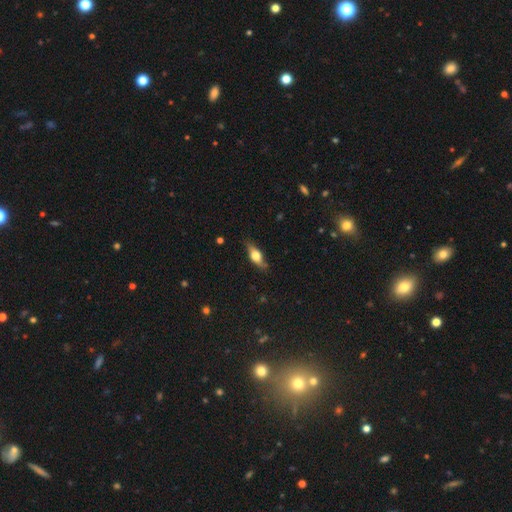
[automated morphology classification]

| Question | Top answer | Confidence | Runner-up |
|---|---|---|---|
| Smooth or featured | featured or disk | 50% | smooth (43%) |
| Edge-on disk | yes | 88% | no (12%) |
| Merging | none | 79% | minor disturbance (16%) |